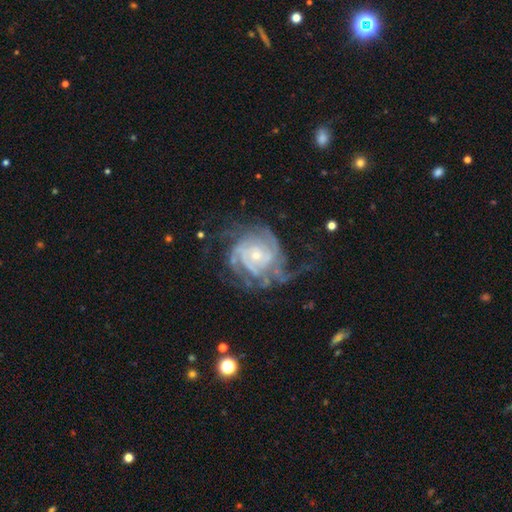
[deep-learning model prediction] smooth-or-featured: featured or disk: 87% | smooth: 6% | star or artifact: 6%
  disk-edge-on: no: 97% | yes: 3%
    bar: no: 73% | weak: 21% | strong: 6%
    has-spiral-arms: yes: 95% | no: 5%
      spiral-winding: tight: 65% | medium: 27% | loose: 8%
      spiral-arm-count: can't tell: 31% | 4: 18% | 3: 18% | 2: 17% | more than 4: 9% | 1: 7%
    bulge-size: small: 72% | moderate: 24% | large: 2% | none: 2% | dominant: 1%
  merging: none: 55% | major disturbance: 23% | minor disturbance: 20% | merger: 3%